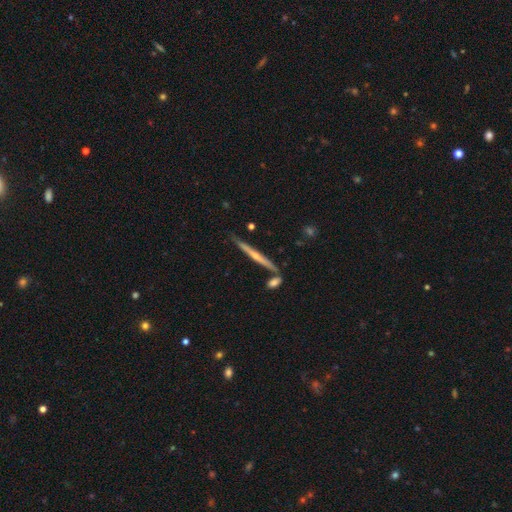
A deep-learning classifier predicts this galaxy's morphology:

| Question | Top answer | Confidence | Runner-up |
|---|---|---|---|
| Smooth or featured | featured or disk | 73% | smooth (21%) |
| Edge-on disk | yes | 97% | no (3%) |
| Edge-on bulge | rounded | 71% | none (24%) |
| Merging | none | 81% | minor disturbance (9%) |